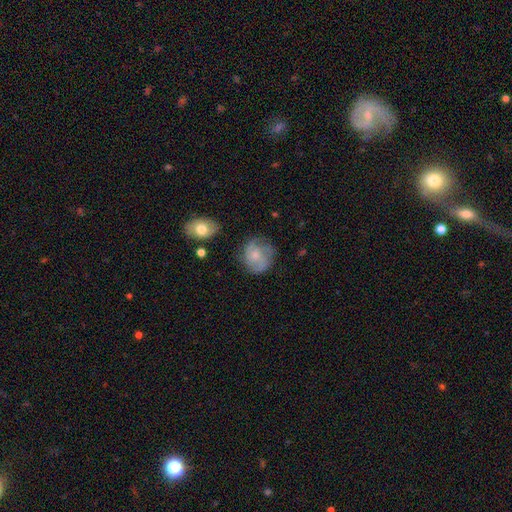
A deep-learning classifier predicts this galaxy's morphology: Smooth or featured? Predicted: featured or disk (p=0.57). Edge-on disk? Predicted: no (p=0.98). Bar? Predicted: no (p=0.76). Spiral arms? Predicted: yes (p=0.84). Bulge size? Predicted: small (p=0.56). Merging? Predicted: none (p=0.67).